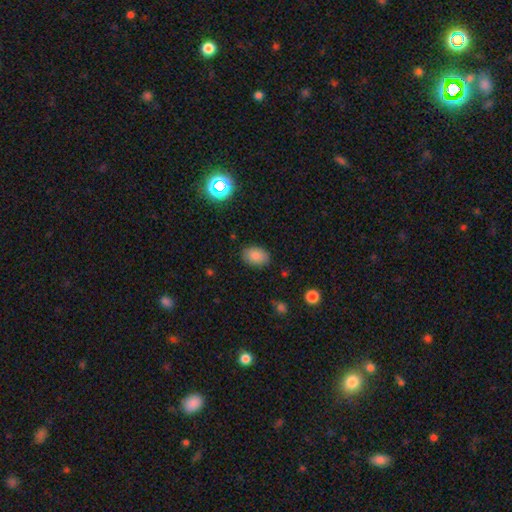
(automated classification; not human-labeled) A smooth galaxy with no disk features (83%) that is in between round and cigar-shaped (82%). Merging: none (85%).